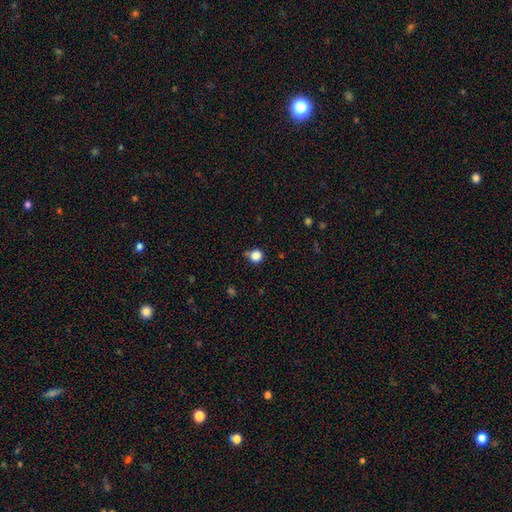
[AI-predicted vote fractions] smooth 84%, star or artifact 12%, featured or disk 4%. Down the decision tree: how rounded — round (90%); merging — none (70%).